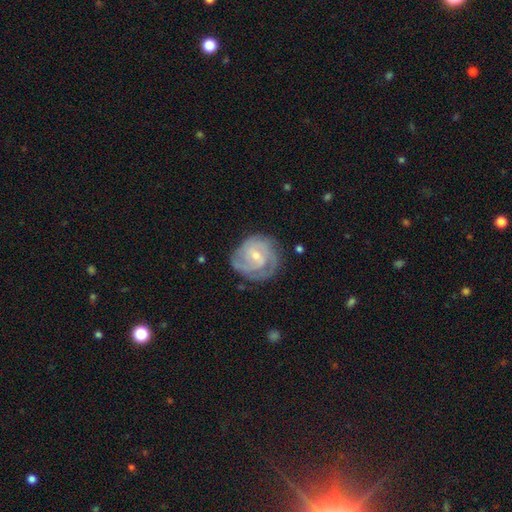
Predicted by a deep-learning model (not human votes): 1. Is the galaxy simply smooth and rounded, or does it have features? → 83% featured or disk, 12% smooth, 5% star or artifact.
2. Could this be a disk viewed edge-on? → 98% no, 2% yes.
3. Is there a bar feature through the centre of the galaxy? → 47% weak, 44% no, 9% strong.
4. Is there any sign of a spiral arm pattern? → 95% yes, 5% no.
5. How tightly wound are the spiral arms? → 62% tight, 31% medium, 6% loose.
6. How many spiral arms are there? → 31% 3, 29% 2, 23% can't tell, 7% 4, 5% 1, 4% more than 4.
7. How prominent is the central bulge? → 61% small, 35% moderate, 2% none, 1% large, 1% dominant.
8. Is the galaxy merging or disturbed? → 72% none, 19% minor disturbance, 7% major disturbance, 1% merger.